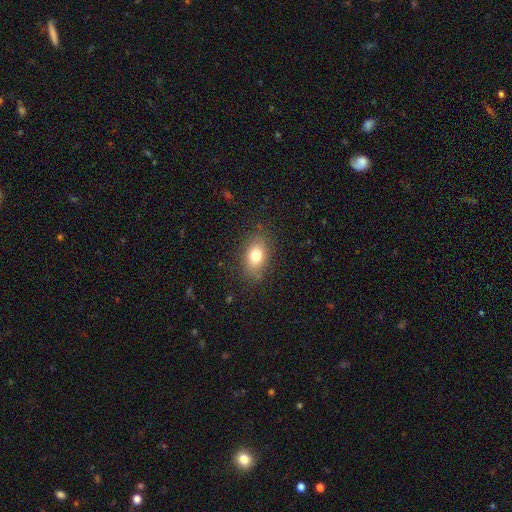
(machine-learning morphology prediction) smooth 78%, featured or disk 12%, star or artifact 10%. Down the decision tree: how rounded — in between (83%); merging — none (83%).